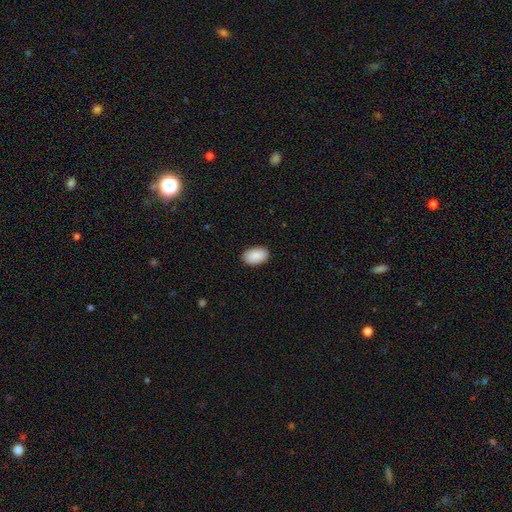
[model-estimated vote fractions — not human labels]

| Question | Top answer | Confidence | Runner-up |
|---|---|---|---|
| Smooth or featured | smooth | 91% | star or artifact (6%) |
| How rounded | in between | 92% | round (7%) |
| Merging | none | 90% | minor disturbance (8%) |